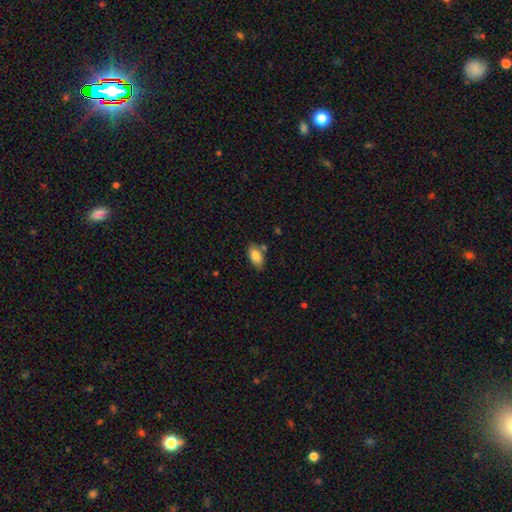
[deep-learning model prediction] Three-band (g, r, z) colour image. It shows a smooth galaxy with no disk features (85%) that is in between round and cigar-shaped (93%). Merging: none (66%).